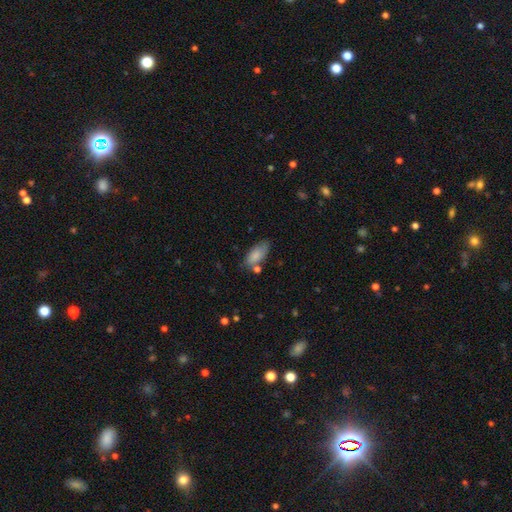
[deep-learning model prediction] Overall: smooth (84%). How rounded: in between (86%). Merging: none (63%; minor disturbance 23%).